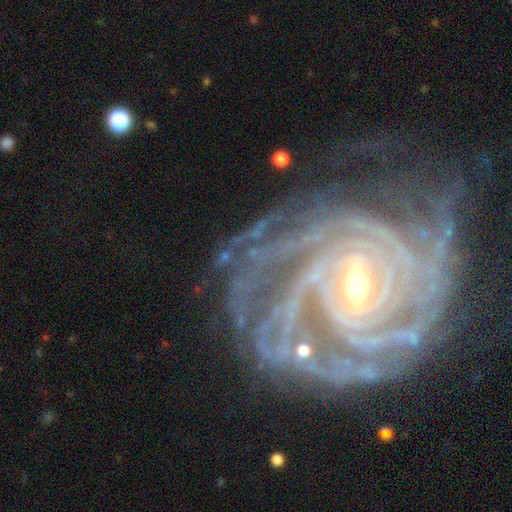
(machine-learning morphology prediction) Smooth or featured? Predicted: featured or disk (p=0.90). Edge-on disk? Predicted: no (p=0.97). Bar? Predicted: strong (p=0.43). Spiral arms? Predicted: yes (p=0.98). Spiral winding? Predicted: tight (p=0.81). Spiral arm count? Predicted: 4 (p=0.24). Bulge size? Predicted: moderate (p=0.49). Merging? Predicted: none (p=0.65).